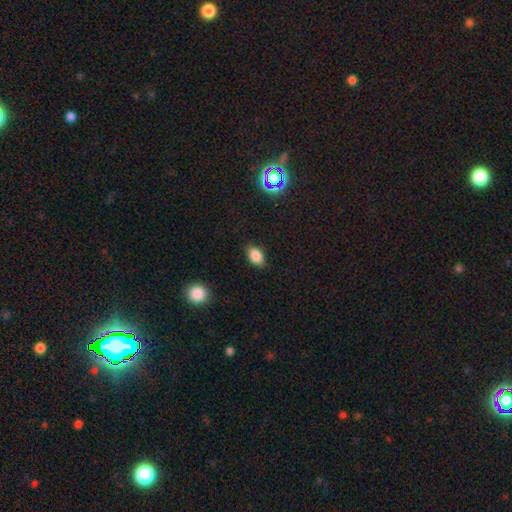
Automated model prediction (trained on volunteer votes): A smooth galaxy with no disk features (85%) that is in between round and cigar-shaped (86%).

Vote fractions:
- Smooth or featured? smooth: 85% / star or artifact: 10% / featured or disk: 5%
- How rounded? in between: 86% / round: 13% / cigar-shaped: 2%
- Merging? none: 84% / minor disturbance: 12% / major disturbance: 3% / merger: 1%